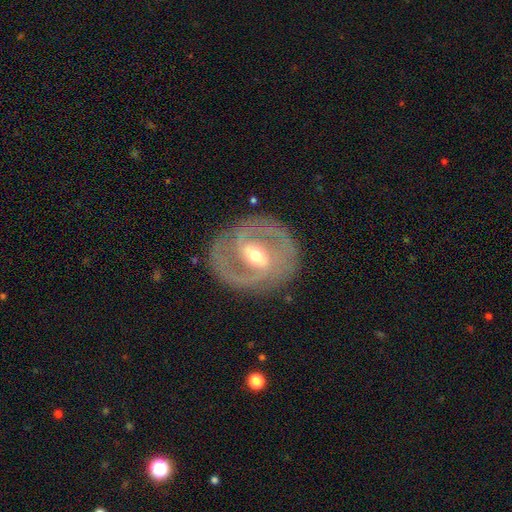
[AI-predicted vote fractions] Morphology: type=featured or disk (84%); edge-on=no (95%); bar=strong (45%); spiral arms=yes (82%); winding=medium (43%); arm count=2 (80%); bulge=moderate (55%); merging=none (81%).